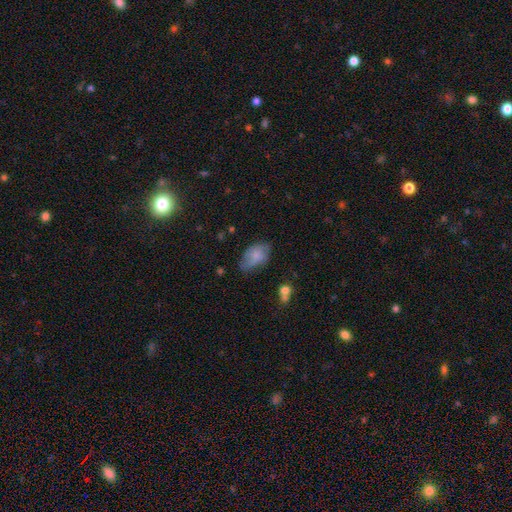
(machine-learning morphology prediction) Smooth or featured? smooth (72%)
How rounded? in between (91%)
Merging? none (54%)